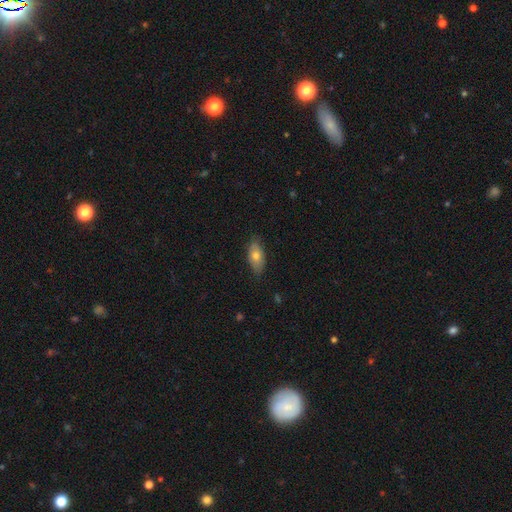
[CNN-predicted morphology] smooth-or-featured: smooth: 70% | featured or disk: 23% | star or artifact: 7%
  how-rounded: in between: 88% | cigar-shaped: 8% | round: 4%
  merging: none: 80% | minor disturbance: 16% | major disturbance: 3% | merger: 1%